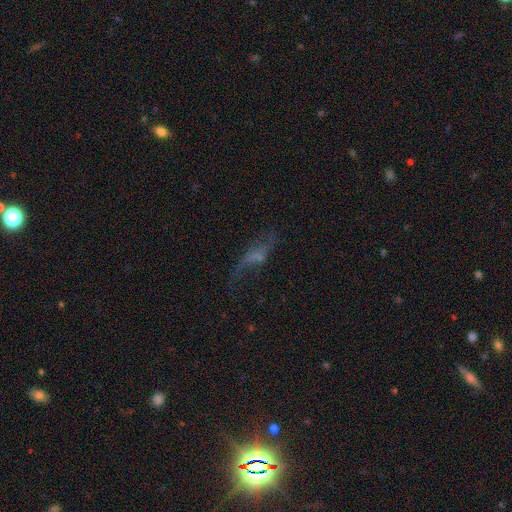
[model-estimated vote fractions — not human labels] This is possibly a featured or disk galaxy (56%). It is clearly not viewed edge-on (85%). Merging: possibly none (46%).